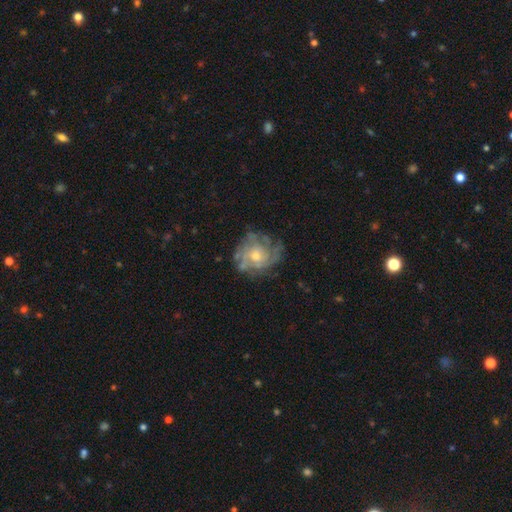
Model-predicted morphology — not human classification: Smooth or featured? featured or disk (74%)
Edge-on disk? no (97%)
Bar? no (81%)
Spiral arms? yes (80%)
Spiral winding? tight (56%)
Spiral arm count? can't tell (51%)
Bulge size? moderate (55%)
Merging? none (69%)